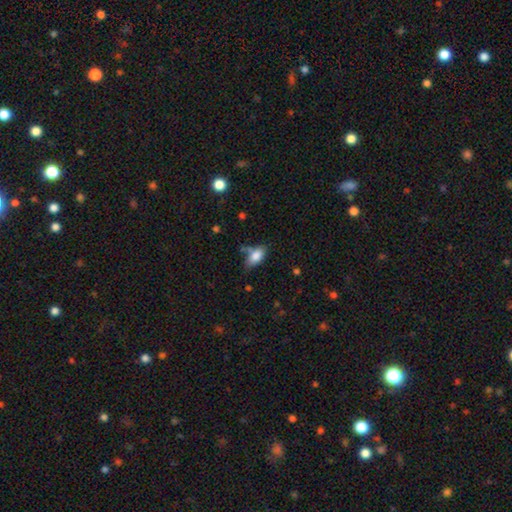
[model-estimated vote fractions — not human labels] smooth-or-featured: smooth: 82% | featured or disk: 10% | star or artifact: 8%
  how-rounded: in between: 90% | cigar-shaped: 6% | round: 4%
  merging: none: 58% | minor disturbance: 24% | merger: 11% | major disturbance: 7%